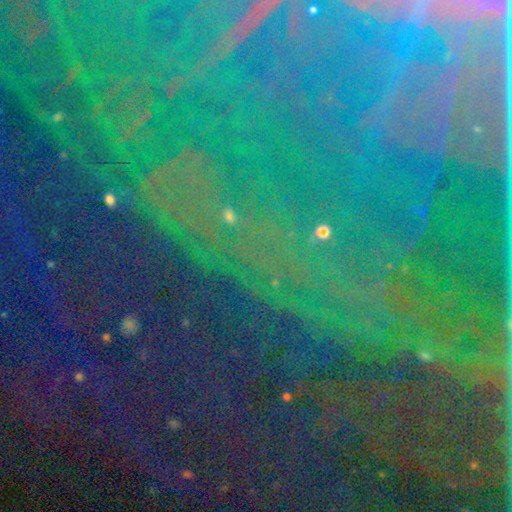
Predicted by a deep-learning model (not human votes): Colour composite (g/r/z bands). It shows a star or artifact, not a galaxy (83%).